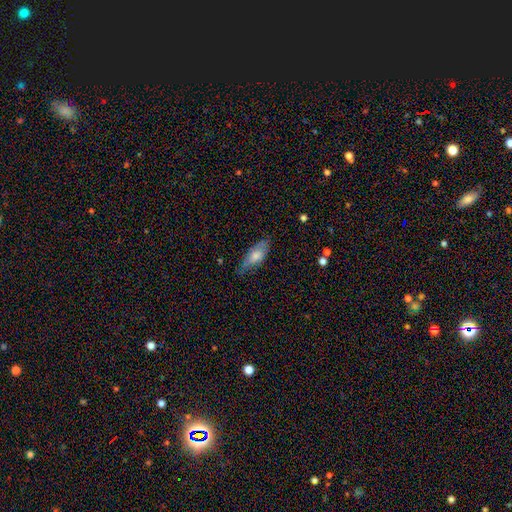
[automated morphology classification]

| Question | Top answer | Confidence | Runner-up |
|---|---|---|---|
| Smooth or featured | smooth | 57% | featured or disk (35%) |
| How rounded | in between | 70% | cigar-shaped (27%) |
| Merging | none | 70% | minor disturbance (23%) |